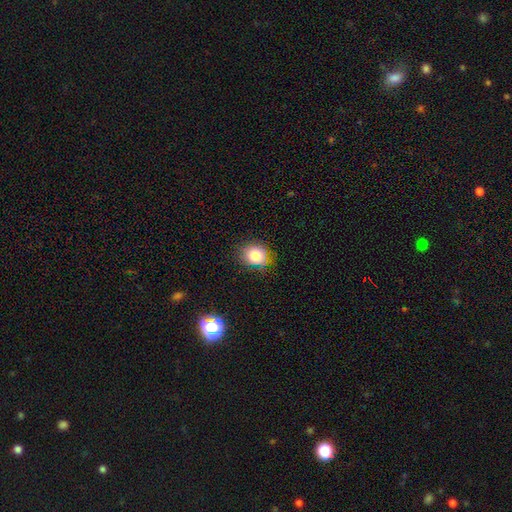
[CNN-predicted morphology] Smooth or featured? smooth (79%)
How rounded? round (68%)
Merging? none (81%)